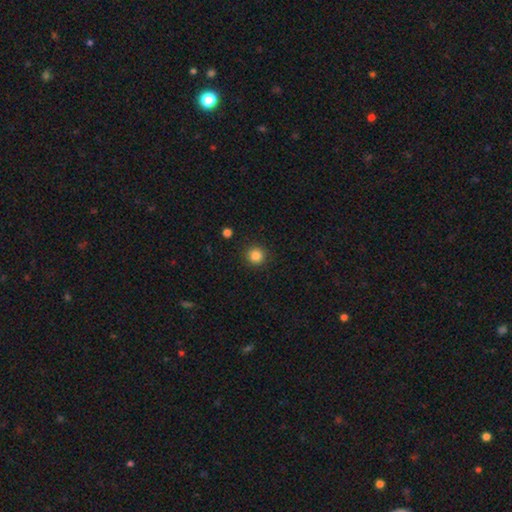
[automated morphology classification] Overall: smooth (85%). How rounded: round (94%). Merging: none (91%).